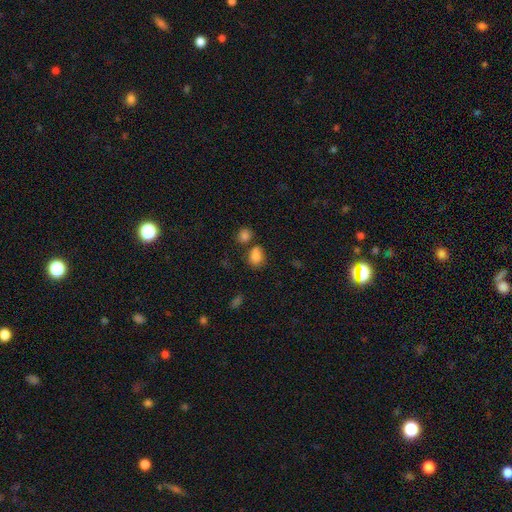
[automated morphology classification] Smooth or featured?
  - smooth: 82% *
  - star or artifact: 11%
  - featured or disk: 7%
How rounded?
  - in between: 53% *
  - round: 45%
  - cigar-shaped: 1%
Merging?
  - none: 52% *
  - merger: 23%
  - minor disturbance: 19%
  - major disturbance: 7%